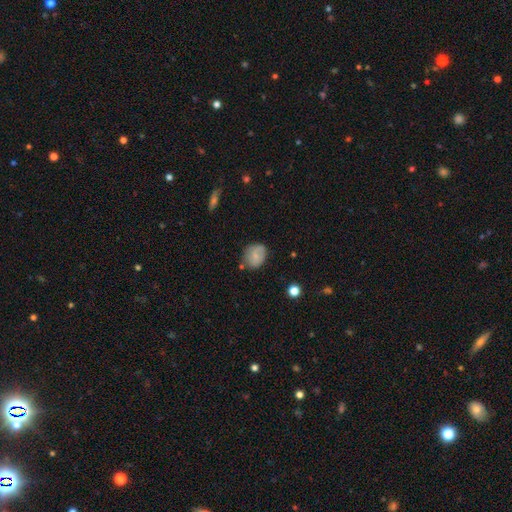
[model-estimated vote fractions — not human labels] The model was most divided on "how rounded": round: 56%, in between: 43%, cigar-shaped: 1%. More confident: merging — none (68%); smooth or featured — smooth (64%).